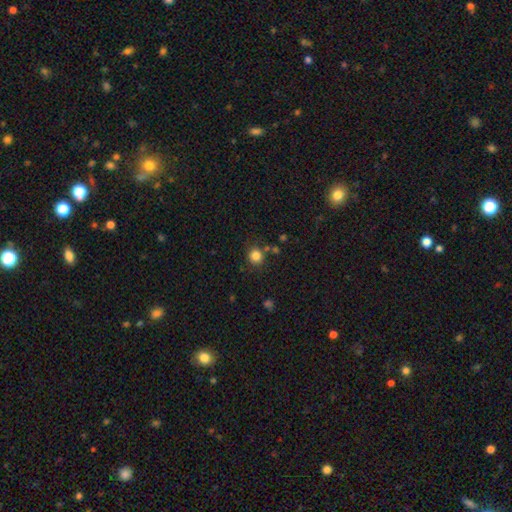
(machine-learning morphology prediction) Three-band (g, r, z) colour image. It shows a smooth galaxy with no disk features (83%) that is round (89%). Merging: none (80%).